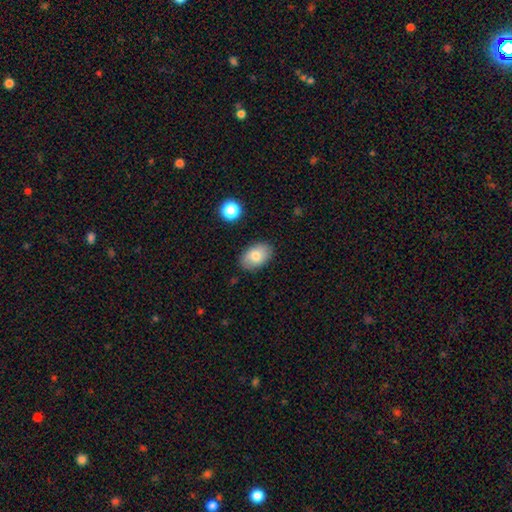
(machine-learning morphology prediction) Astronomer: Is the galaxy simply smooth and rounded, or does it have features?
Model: smooth — 79%.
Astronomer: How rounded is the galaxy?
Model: in between — 87%.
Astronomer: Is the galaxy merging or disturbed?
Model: none — 84%.